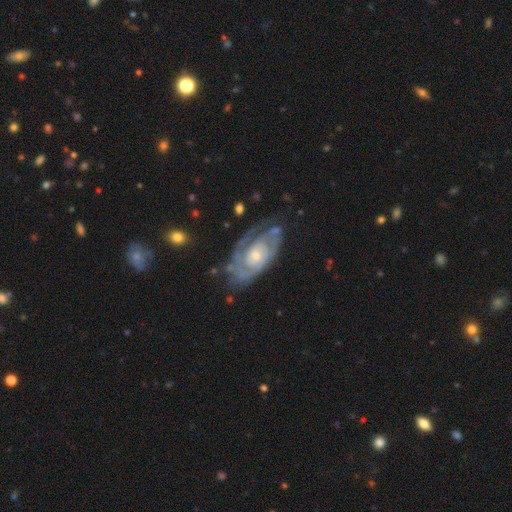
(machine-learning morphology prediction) This is clearly a featured or disk galaxy (85%). It is clearly not viewed edge-on (95%). Bar: likely no (76%). Spiral arm pattern: clearly yes (91%). Spiral arm count: marginally 2 (39%). Spiral winding: likely tight (67%). Central bulge: possibly small (50%). Merging: likely none (62%).